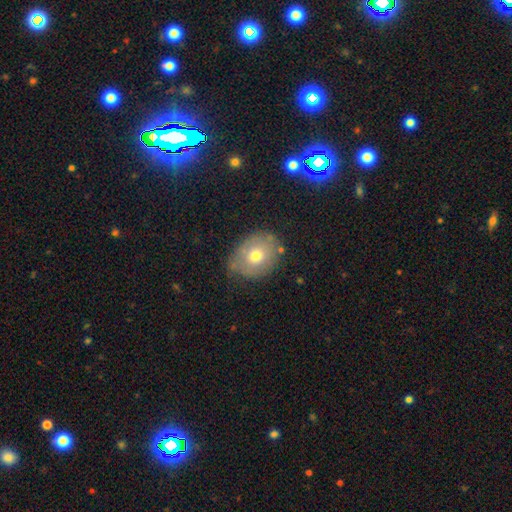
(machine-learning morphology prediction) This is likely a smooth galaxy (66%). How rounded: possibly in between (55%). Merging: likely none (64%).